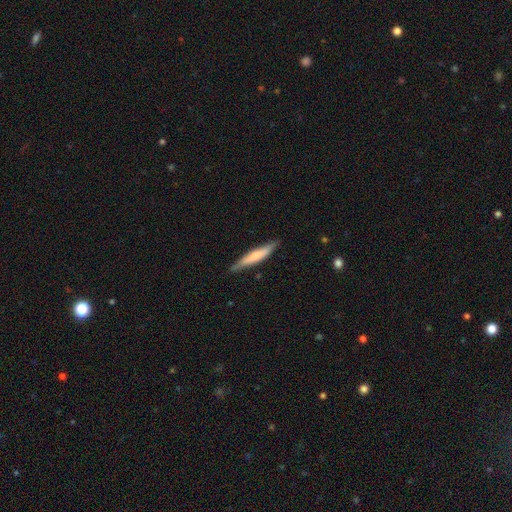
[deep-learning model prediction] Smooth or featured: smooth — 61% (featured or disk — 33%)
How rounded: cigar-shaped — 90% (in between — 8%)
Merging: none — 84% (minor disturbance — 13%)